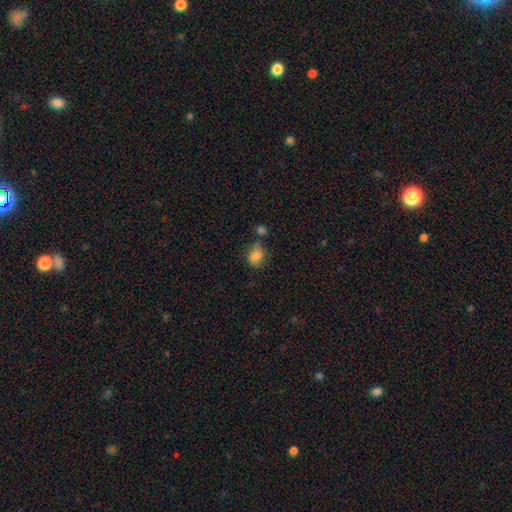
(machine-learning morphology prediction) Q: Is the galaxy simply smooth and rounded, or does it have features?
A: smooth — 79%.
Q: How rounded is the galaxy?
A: in between — 55%.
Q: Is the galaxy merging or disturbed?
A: none — 45%.